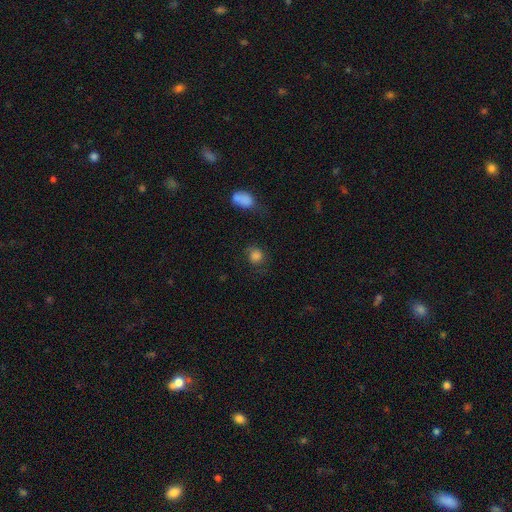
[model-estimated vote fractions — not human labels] Smooth or featured: smooth — 75% (featured or disk — 13%)
How rounded: round — 79% (in between — 20%)
Merging: none — 61% (minor disturbance — 20%)